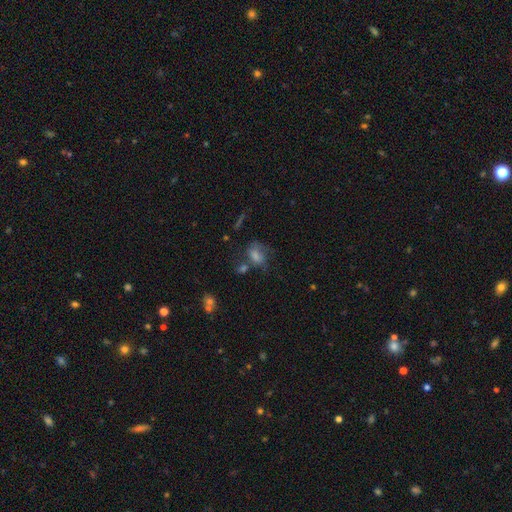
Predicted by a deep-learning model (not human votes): Q: Smooth or featured?
A: smooth (63%); runner-up: featured or disk (24%)
Q: How rounded?
A: in between (76%); runner-up: round (22%)
Q: Merging?
A: none (38%); runner-up: minor disturbance (24%)